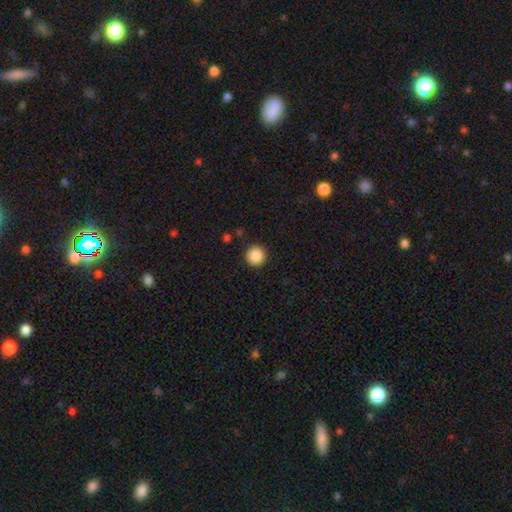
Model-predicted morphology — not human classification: This is clearly a smooth galaxy (87%). How rounded: clearly round (96%). Merging: clearly none (92%).